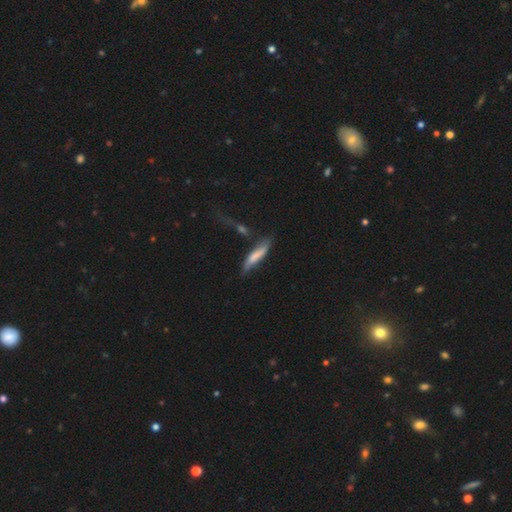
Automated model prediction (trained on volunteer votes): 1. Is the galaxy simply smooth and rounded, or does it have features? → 70% smooth, 24% featured or disk, 6% star or artifact.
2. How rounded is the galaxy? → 79% cigar-shaped, 20% in between, 2% round.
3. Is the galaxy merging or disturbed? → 47% none, 27% minor disturbance, 14% major disturbance, 12% merger.